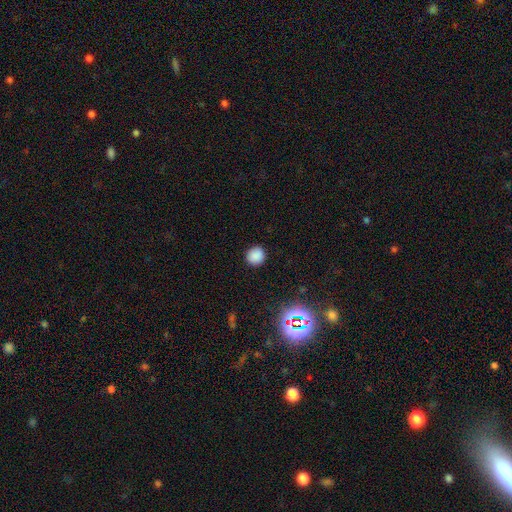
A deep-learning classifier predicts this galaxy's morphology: Q: Smooth or featured?
A: smooth (85%); runner-up: star or artifact (12%)
Q: How rounded?
A: round (91%); runner-up: in between (8%)
Q: Merging?
A: none (91%); runner-up: minor disturbance (6%)